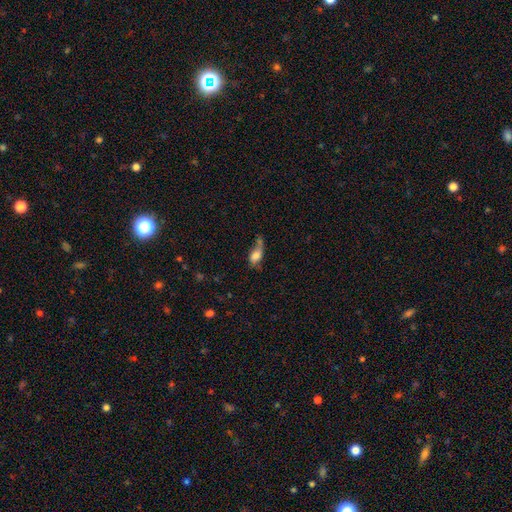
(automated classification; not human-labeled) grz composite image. It shows a smooth galaxy with no disk features (64%) that is in between round and cigar-shaped (80%). Merging: none (27%).